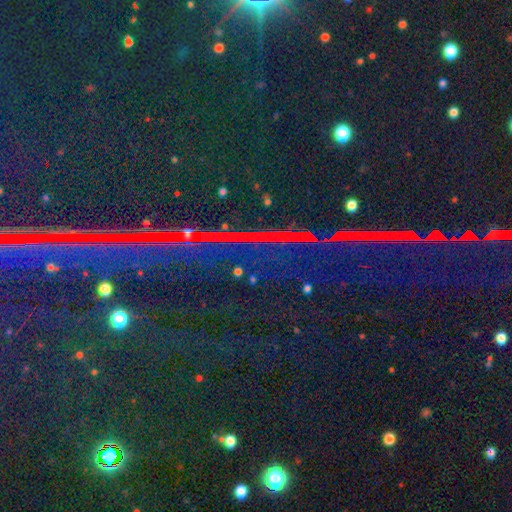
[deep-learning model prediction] Q: Smooth or featured?
A: star or artifact (86%); runner-up: featured or disk (8%)